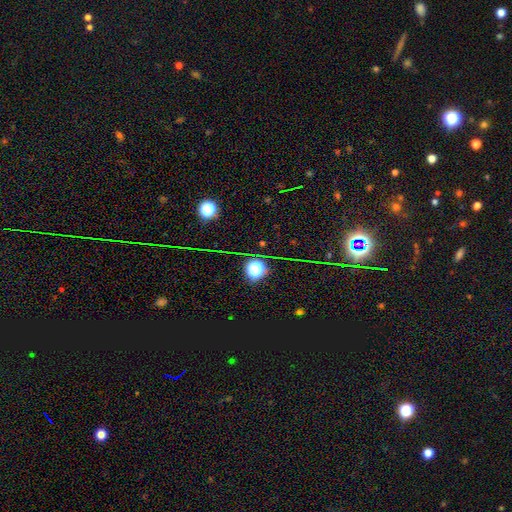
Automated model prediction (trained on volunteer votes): The model was most divided on "smooth or featured": star or artifact: 79%, smooth: 13%, featured or disk: 8%.